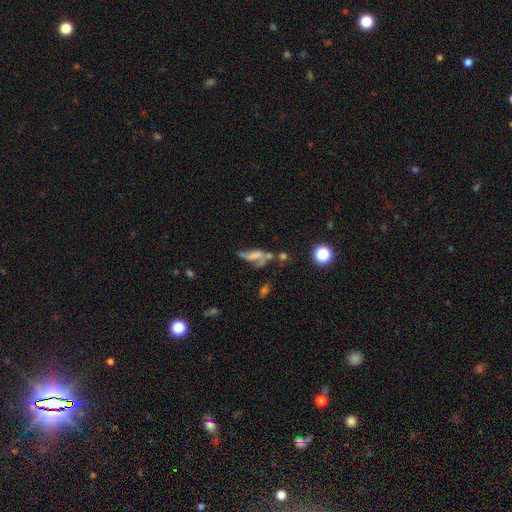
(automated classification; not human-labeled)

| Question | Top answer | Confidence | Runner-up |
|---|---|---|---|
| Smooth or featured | featured or disk | 47% | smooth (37%) |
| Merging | major disturbance | 32% | merger (28%) |